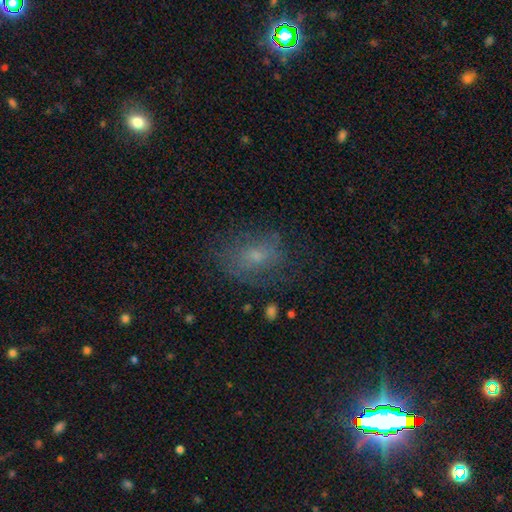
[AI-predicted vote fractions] A smooth galaxy with no disk features (47%). Merging: none (60%).